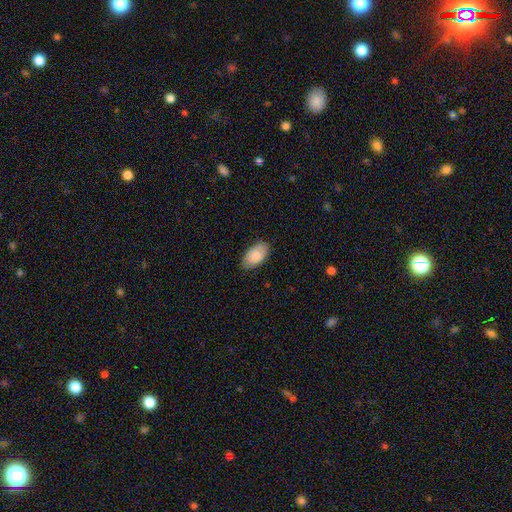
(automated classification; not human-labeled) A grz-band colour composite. It shows a smooth galaxy with no disk features (86%) that is in between round and cigar-shaped (95%). Merging: none (82%).